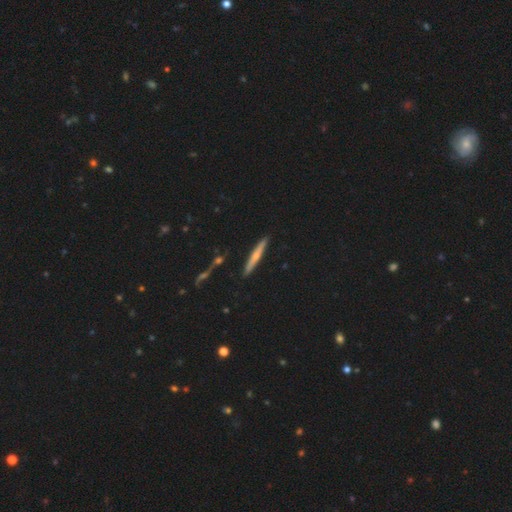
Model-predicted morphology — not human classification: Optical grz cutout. It shows a featured or disk galaxy (52%) viewed edge-on (95%). Merging: none (89%).